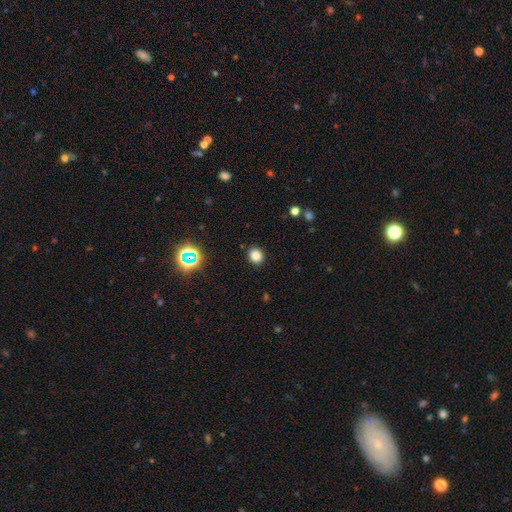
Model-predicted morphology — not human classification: Overall: smooth (81%). How rounded: round (70%). Merging: none (90%).